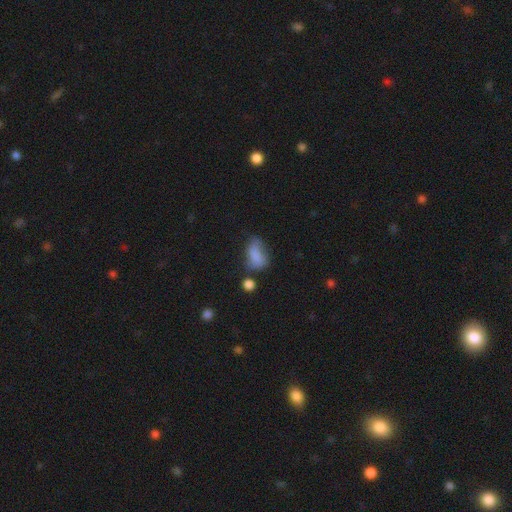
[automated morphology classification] The model was most divided on "merging": none: 38%, minor disturbance: 34%, major disturbance: 18%, merger: 9%. More confident: how rounded — in between (87%); smooth or featured — smooth (75%).